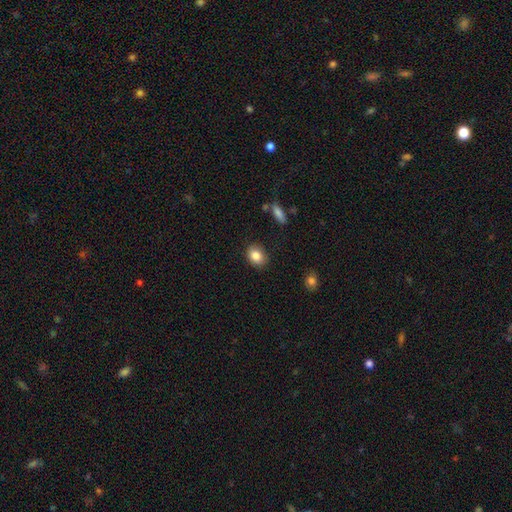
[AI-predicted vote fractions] A smooth galaxy with no disk features (86%) that is in between round and cigar-shaped (63%).

Vote fractions:
- Smooth or featured? smooth: 86% / star or artifact: 8% / featured or disk: 6%
- How rounded? in between: 63% / round: 36% / cigar-shaped: 1%
- Merging? none: 84% / minor disturbance: 11% / major disturbance: 3% / merger: 2%